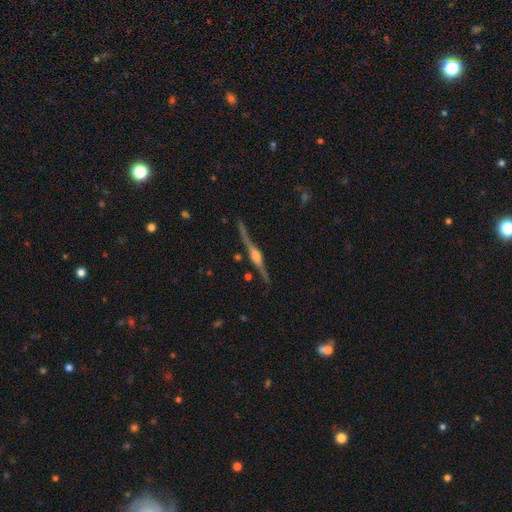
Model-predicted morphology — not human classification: Smooth or featured: featured or disk — 87% (smooth — 7%)
Edge-on disk: yes — 98% (no — 2%)
Edge-on bulge: rounded — 78% (boxy — 18%)
Merging: none — 85% (minor disturbance — 10%)